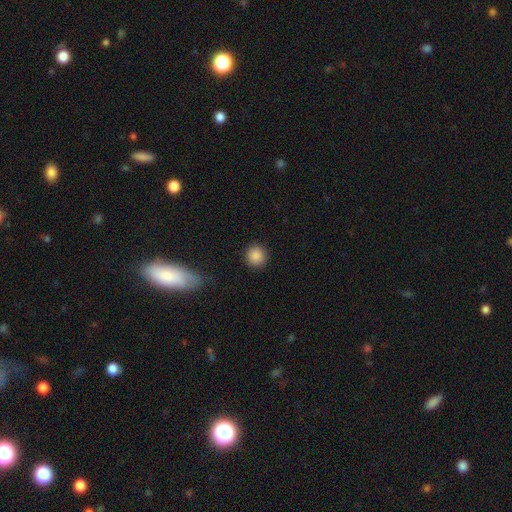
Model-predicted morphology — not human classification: smooth-or-featured: smooth: 87% | star or artifact: 10% | featured or disk: 4%
  how-rounded: round: 93% | in between: 6% | cigar-shaped: 1%
  merging: none: 91% | minor disturbance: 6% | major disturbance: 2% | merger: 1%